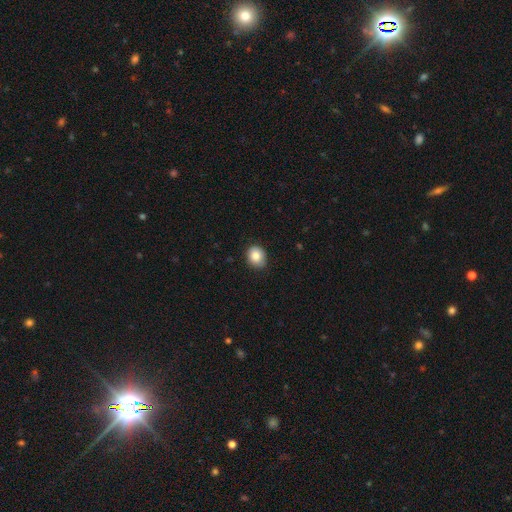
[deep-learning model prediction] Smooth or featured?
  - smooth: 84% *
  - star or artifact: 9%
  - featured or disk: 8%
How rounded?
  - round: 60% *
  - in between: 40%
  - cigar-shaped: 1%
Merging?
  - none: 85% *
  - minor disturbance: 12%
  - major disturbance: 2%
  - merger: 1%